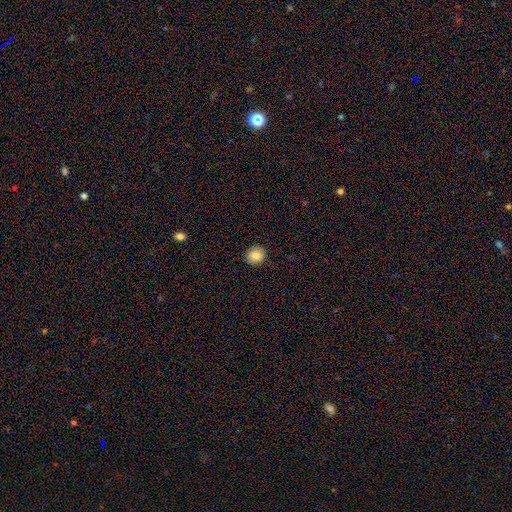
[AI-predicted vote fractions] Morphology: type=smooth (84%); roundness=round (91%); merging=none (91%).